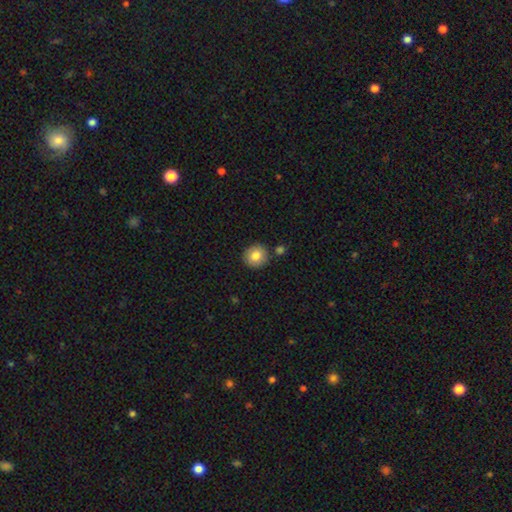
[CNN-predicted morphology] Overall: smooth (82%). How rounded: round (91%). Merging: none (85%).